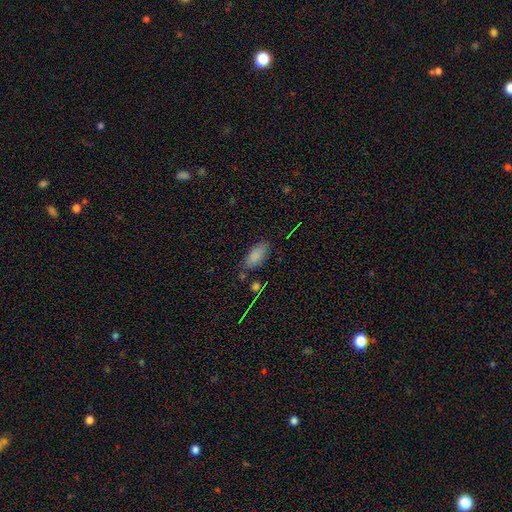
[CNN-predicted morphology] Smooth or featured: smooth — 82% (star or artifact — 12%)
How rounded: in between — 88% (cigar-shaped — 9%)
Merging: none — 73% (minor disturbance — 18%)